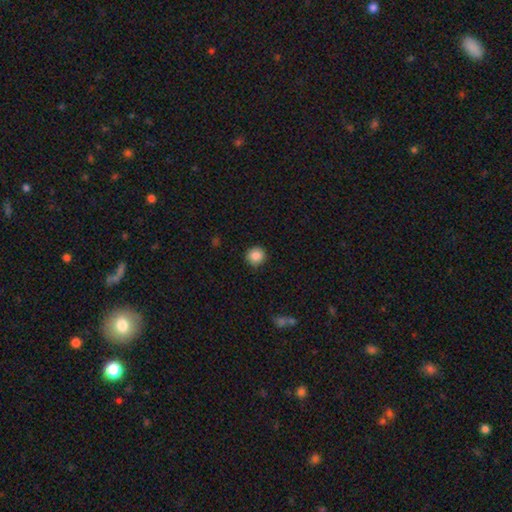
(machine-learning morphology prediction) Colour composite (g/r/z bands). It shows a smooth galaxy with no disk features (87%) that is round (94%). Merging: none (86%).